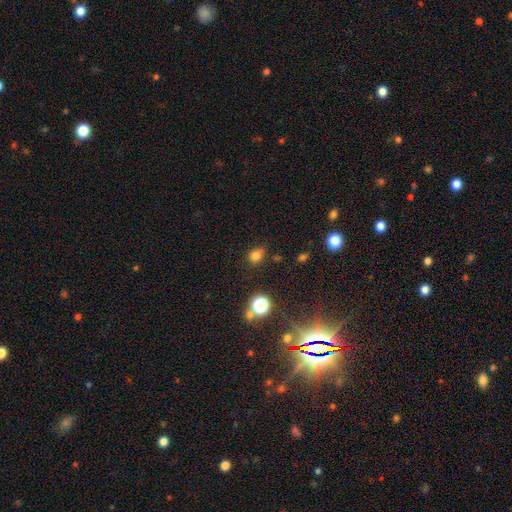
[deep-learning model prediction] The model was most divided on "how rounded": round: 69%, in between: 30%, cigar-shaped: 1%. More confident: smooth or featured — smooth (76%); merging — none (67%).